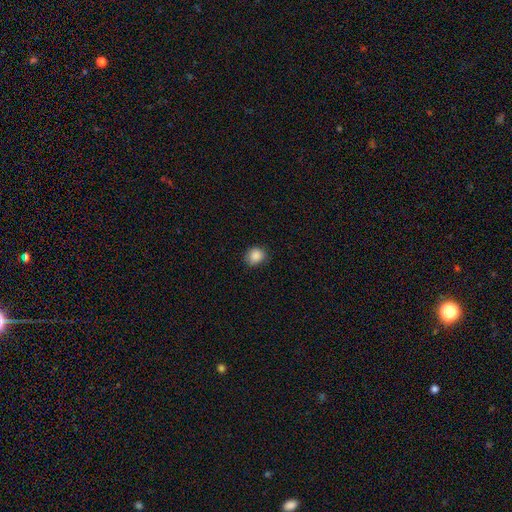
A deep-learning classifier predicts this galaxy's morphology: type=smooth (88%); roundness=round (74%); merging=none (83%).